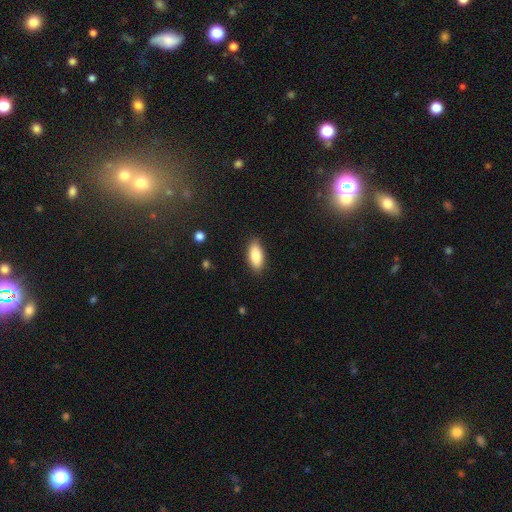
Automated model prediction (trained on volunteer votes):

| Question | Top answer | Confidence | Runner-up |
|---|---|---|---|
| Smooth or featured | smooth | 88% | featured or disk (6%) |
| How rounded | in between | 87% | cigar-shaped (11%) |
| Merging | none | 86% | minor disturbance (10%) |